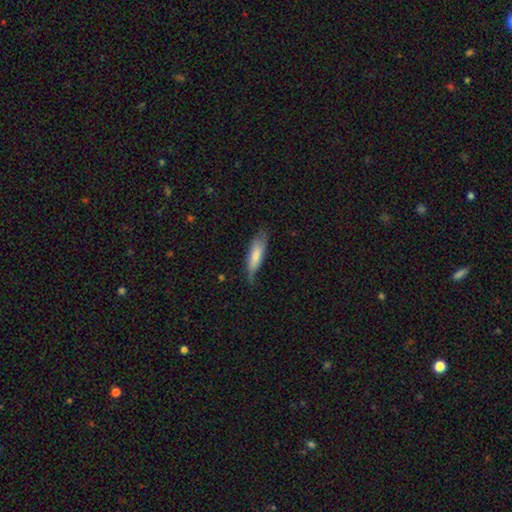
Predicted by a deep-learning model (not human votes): smooth_or_featured: smooth (p=0.73) [alt: featured or disk p=0.21]
how_rounded: cigar-shaped (p=0.60) [alt: in between p=0.39]
merging: none (p=0.65) [alt: minor disturbance p=0.28]